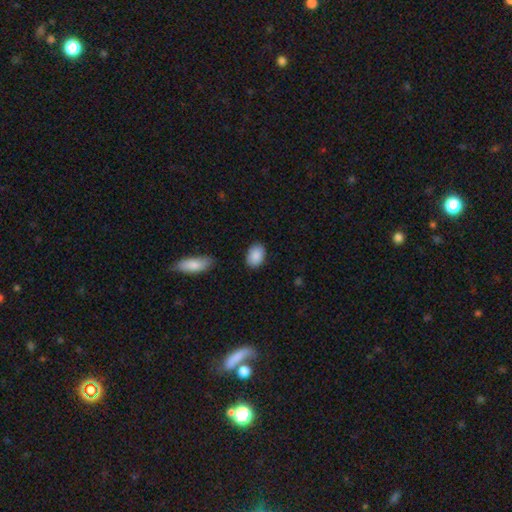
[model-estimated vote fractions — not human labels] Morphology: type=smooth (89%); roundness=in between (84%); merging=none (84%).